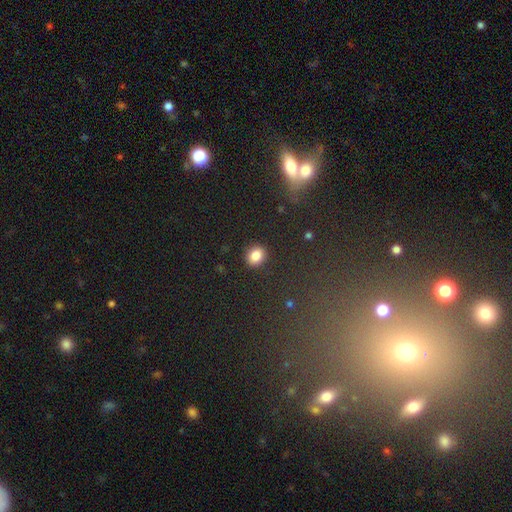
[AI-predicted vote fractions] A smooth galaxy with no disk features (85%) that is round (63%).

Vote fractions:
- Smooth or featured? smooth: 85% / star or artifact: 10% / featured or disk: 5%
- How rounded? round: 63% / in between: 36% / cigar-shaped: 1%
- Merging? none: 89% / minor disturbance: 8% / major disturbance: 2% / merger: 1%